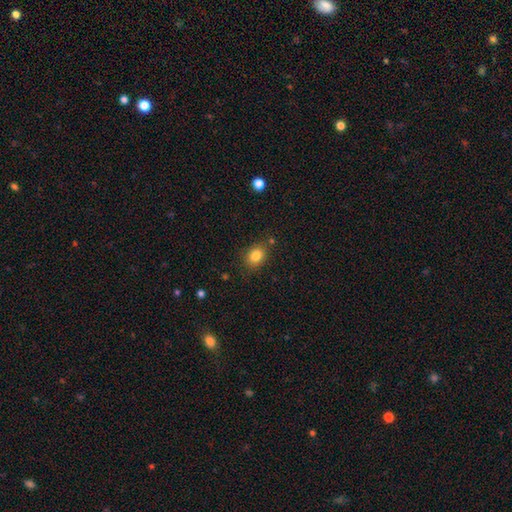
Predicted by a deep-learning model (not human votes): Smooth or featured?
  - smooth: 83% *
  - star or artifact: 10%
  - featured or disk: 7%
How rounded?
  - in between: 55% *
  - round: 44%
  - cigar-shaped: 1%
Merging?
  - none: 80% *
  - minor disturbance: 13%
  - merger: 4%
  - major disturbance: 3%